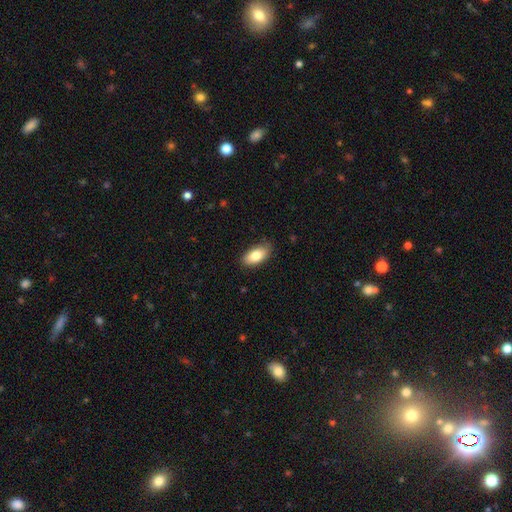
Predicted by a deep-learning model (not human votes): A smooth galaxy with no disk features (83%) that is in between round and cigar-shaped (92%).

Vote fractions:
- Smooth or featured? smooth: 83% / featured or disk: 10% / star or artifact: 7%
- How rounded? in between: 92% / cigar-shaped: 5% / round: 3%
- Merging? none: 81% / minor disturbance: 15% / major disturbance: 3% / merger: 1%